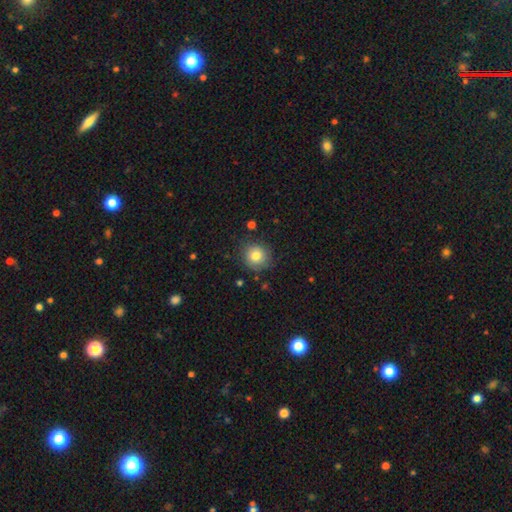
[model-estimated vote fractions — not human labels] A smooth galaxy with no disk features (80%) that is round (90%).

Vote fractions:
- Smooth or featured? smooth: 80% / star or artifact: 11% / featured or disk: 9%
- How rounded? round: 90% / in between: 9% / cigar-shaped: 1%
- Merging? none: 84% / minor disturbance: 11% / major disturbance: 3% / merger: 2%